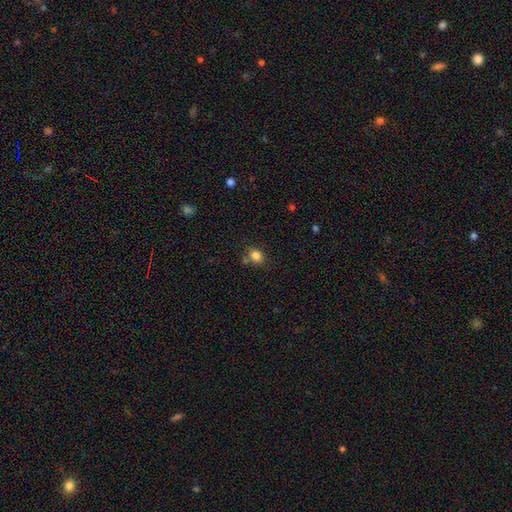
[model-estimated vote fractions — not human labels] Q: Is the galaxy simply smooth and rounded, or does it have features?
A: smooth — 83%.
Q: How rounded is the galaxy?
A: round — 60%.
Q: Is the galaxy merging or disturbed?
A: none — 67%.